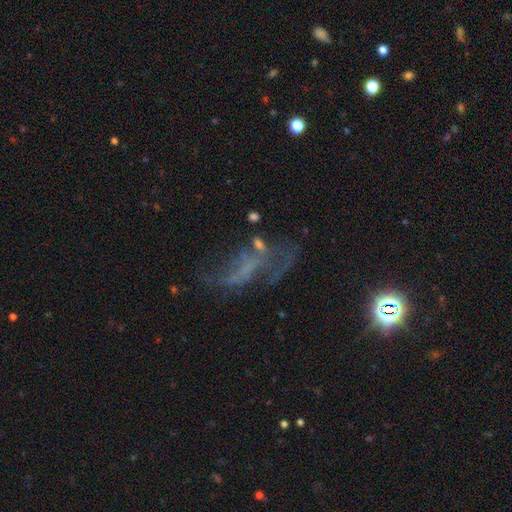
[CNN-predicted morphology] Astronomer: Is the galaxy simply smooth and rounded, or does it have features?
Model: featured or disk — 55%.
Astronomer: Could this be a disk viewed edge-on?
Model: no — 92%.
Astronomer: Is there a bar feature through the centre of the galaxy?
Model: no — 69%.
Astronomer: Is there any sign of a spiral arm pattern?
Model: no — 63%.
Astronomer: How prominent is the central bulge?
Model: none — 73%.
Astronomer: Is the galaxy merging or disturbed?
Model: major disturbance — 41% (runner-up: none, 33%).